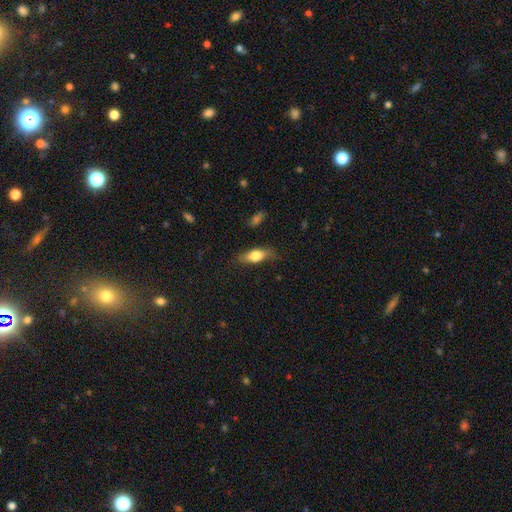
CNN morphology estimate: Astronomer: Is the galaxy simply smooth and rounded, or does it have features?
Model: smooth — 71%.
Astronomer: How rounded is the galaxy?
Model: in between — 69%.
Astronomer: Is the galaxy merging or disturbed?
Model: none — 76%.